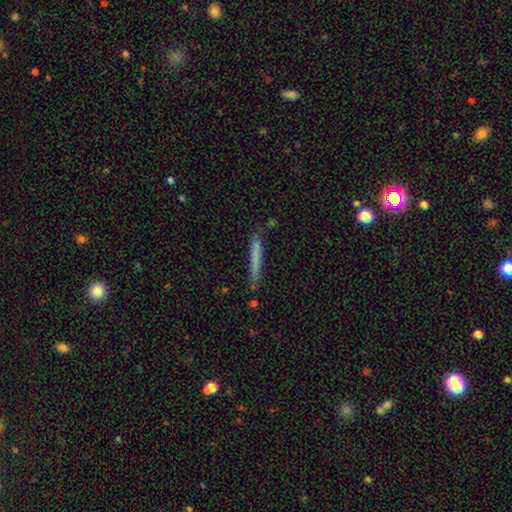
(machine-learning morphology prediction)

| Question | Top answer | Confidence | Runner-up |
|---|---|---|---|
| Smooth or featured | smooth | 69% | featured or disk (24%) |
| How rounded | cigar-shaped | 96% | in between (3%) |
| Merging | none | 77% | minor disturbance (16%) |